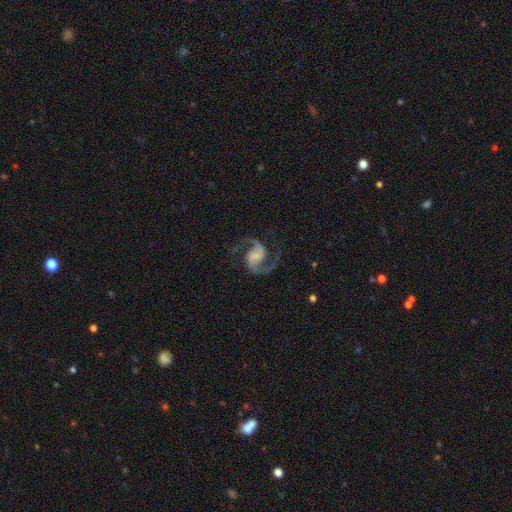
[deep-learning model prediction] The model was most divided on "bar" (2-way tie): no: 41%, weak: 41%, strong: 17%. Remaining: edge-on disk — no (98%); spiral arms — yes (98%); spiral arm count — 2 (95%); smooth or featured — featured or disk (93%); merging — none (81%); spiral winding — medium (57%); bulge size — small (37%).